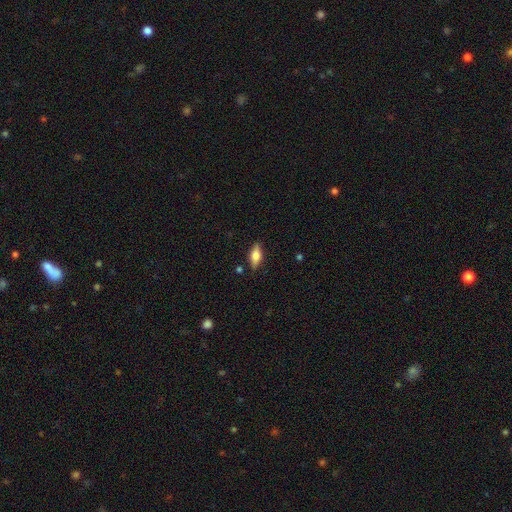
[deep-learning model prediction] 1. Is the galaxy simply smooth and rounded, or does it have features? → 59% smooth, 33% featured or disk, 7% star or artifact.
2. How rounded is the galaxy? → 74% in between, 23% cigar-shaped, 3% round.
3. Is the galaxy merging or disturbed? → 83% none, 12% minor disturbance, 3% major disturbance, 2% merger.